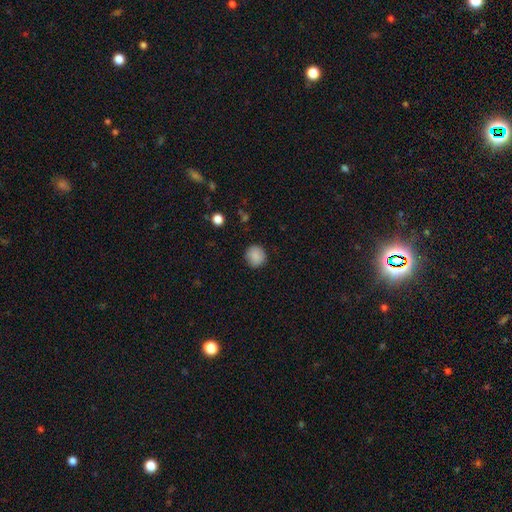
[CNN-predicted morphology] Smooth or featured: smooth — 88% (star or artifact — 8%)
How rounded: round — 91% (in between — 8%)
Merging: none — 89% (minor disturbance — 8%)